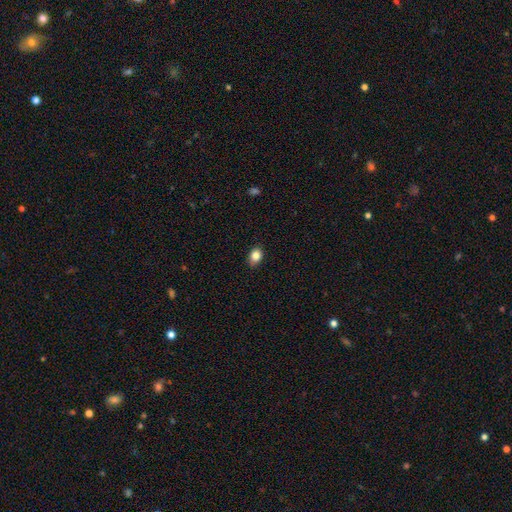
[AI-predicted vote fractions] Morphology: type=smooth (84%); roundness=in between (65%); merging=none (84%).